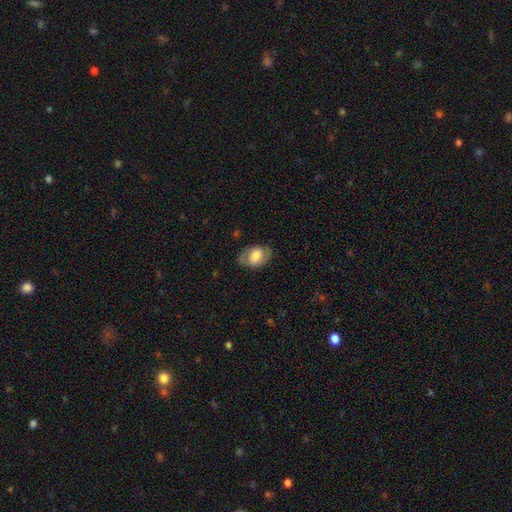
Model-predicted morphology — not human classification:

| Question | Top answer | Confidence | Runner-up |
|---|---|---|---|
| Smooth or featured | smooth | 59% | featured or disk (34%) |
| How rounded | in between | 87% | round (12%) |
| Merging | none | 74% | minor disturbance (17%) |